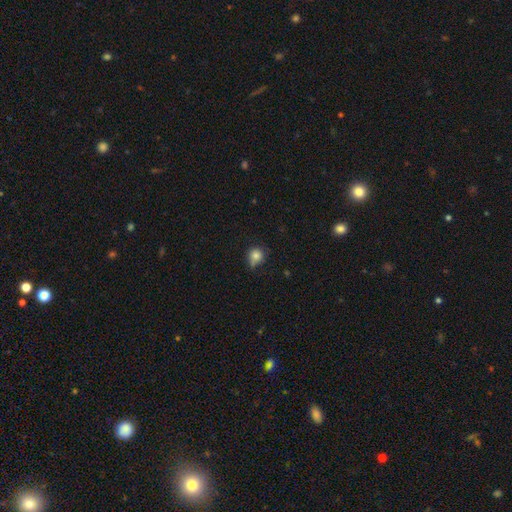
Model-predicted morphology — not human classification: The model was most divided on "merging": none: 54%, minor disturbance: 31%, major disturbance: 9%, merger: 6%. More confident: how rounded — round (83%); smooth or featured — smooth (79%).